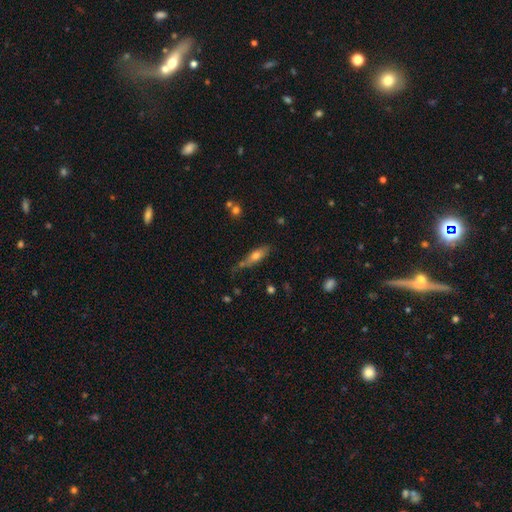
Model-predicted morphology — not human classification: Smooth or featured?
  - smooth: 64% *
  - featured or disk: 28%
  - star or artifact: 8%
How rounded?
  - in between: 51% *
  - cigar-shaped: 45%
  - round: 3%
Merging?
  - none: 51% *
  - minor disturbance: 28%
  - merger: 11%
  - major disturbance: 10%